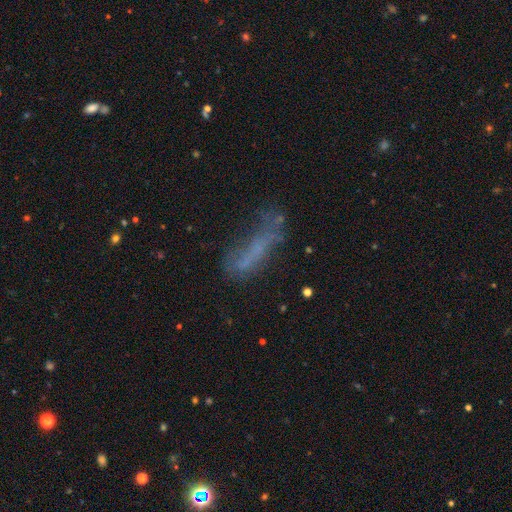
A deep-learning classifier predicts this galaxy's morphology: Smooth or featured?
  - smooth: 46% *
  - featured or disk: 35%
  - star or artifact: 19%
Merging?
  - none: 36% *
  - major disturbance: 31%
  - minor disturbance: 24%
  - merger: 9%